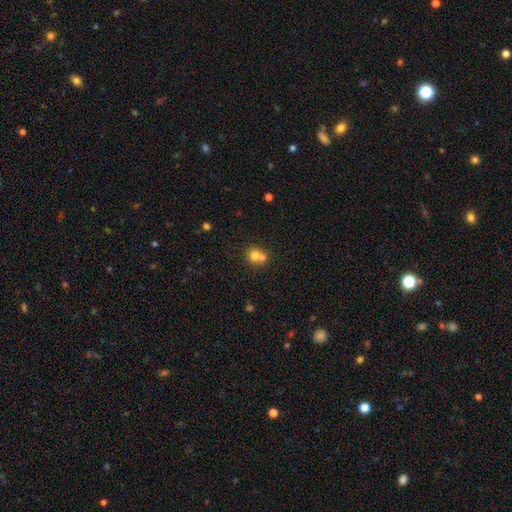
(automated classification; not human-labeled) The model was most divided on "merging": merger: 53%, none: 38%, minor disturbance: 6%, major disturbance: 2%. More confident: how rounded — round (82%); smooth or featured — smooth (73%).